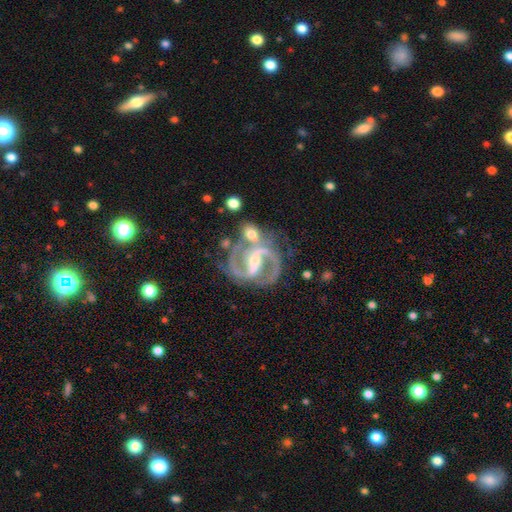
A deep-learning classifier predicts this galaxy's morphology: Smooth or featured? Predicted: featured or disk (p=0.91). Edge-on disk? Predicted: no (p=0.98). Bar? Predicted: strong (p=0.53). Spiral arms? Predicted: yes (p=0.98). Spiral winding? Predicted: medium (p=0.59). Spiral arm count? Predicted: 2 (p=0.89). Bulge size? Predicted: small (p=0.53). Merging? Predicted: none (p=0.61).